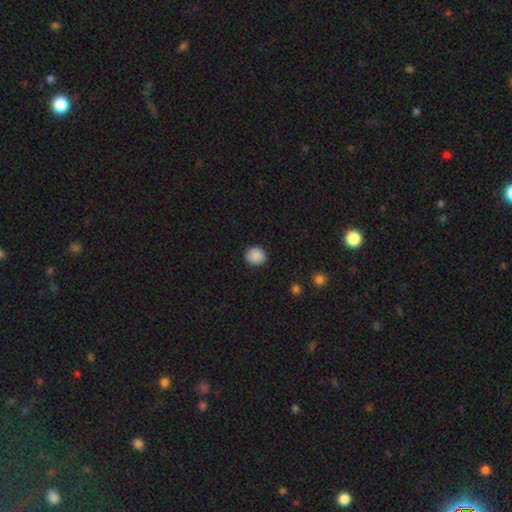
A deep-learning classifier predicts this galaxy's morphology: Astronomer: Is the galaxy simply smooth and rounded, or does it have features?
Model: smooth — 88%.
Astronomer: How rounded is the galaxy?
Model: round — 83%.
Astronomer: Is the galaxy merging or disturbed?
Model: none — 87%.